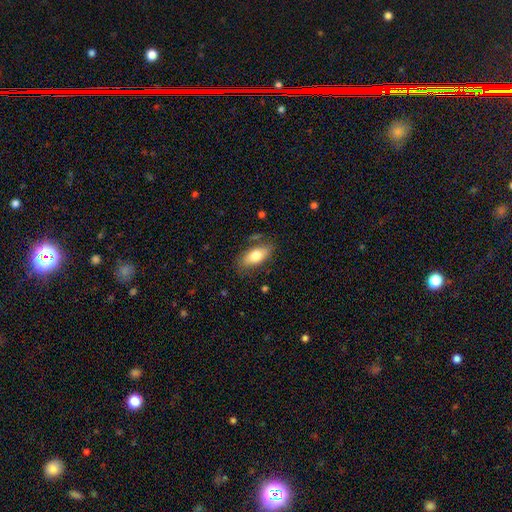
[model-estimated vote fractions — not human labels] Smooth or featured: smooth — 76% (featured or disk — 18%)
How rounded: in between — 87% (cigar-shaped — 9%)
Merging: none — 77% (minor disturbance — 16%)